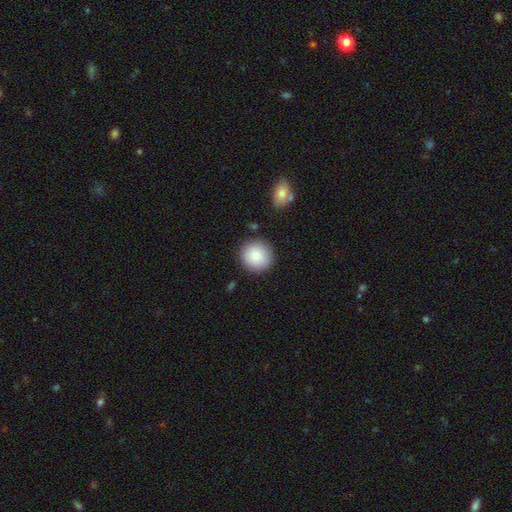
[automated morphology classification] smooth-or-featured: smooth: 84% | featured or disk: 8% | star or artifact: 8%
  how-rounded: round: 94% | in between: 5% | cigar-shaped: 1%
  merging: none: 88% | minor disturbance: 7% | major disturbance: 2% | merger: 2%